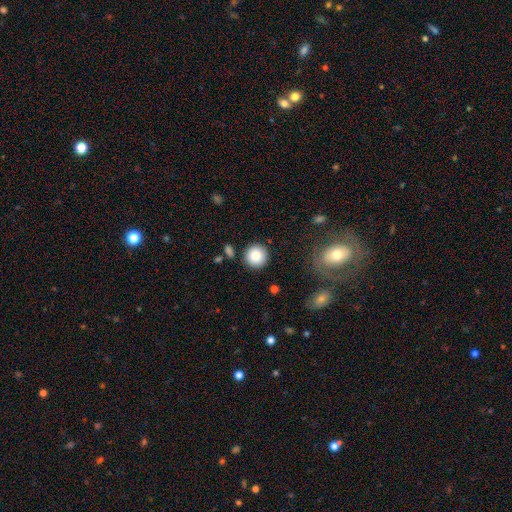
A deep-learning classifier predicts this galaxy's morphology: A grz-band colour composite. It shows a smooth galaxy with no disk features (85%) that is round (95%). Merging: none (88%).